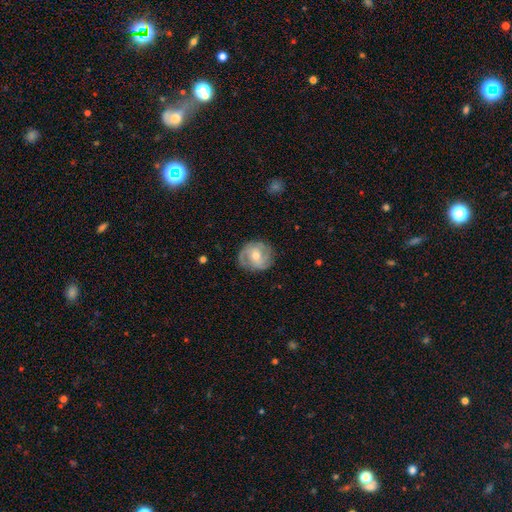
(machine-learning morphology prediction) smooth_or_featured: featured or disk (p=0.66) [alt: smooth p=0.28]
disk_edge_on: no (p=0.97) [alt: yes p=0.03]
bar: no (p=0.55) [alt: weak p=0.34]
has_spiral_arms: yes (p=0.80) [alt: no p=0.20]
spiral_winding: tight (p=0.45) [alt: medium p=0.39]
spiral_arm_count: 2 (p=0.45) [alt: can't tell p=0.27]
bulge_size: moderate (p=0.64) [alt: small p=0.31]
merging: none (p=0.75) [alt: minor disturbance p=0.17]